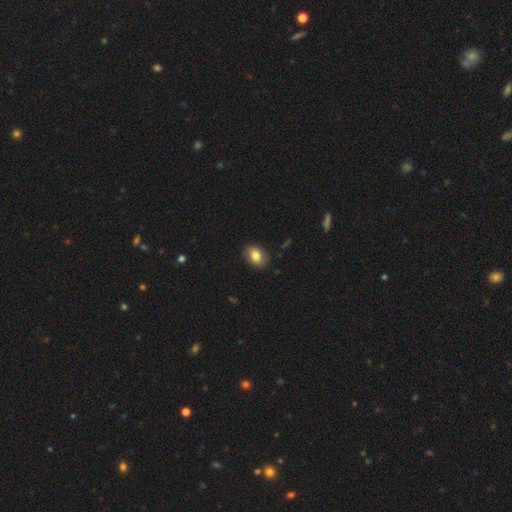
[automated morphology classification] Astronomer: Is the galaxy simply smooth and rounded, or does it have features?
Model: smooth — 81%.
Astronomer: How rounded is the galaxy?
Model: in between — 75%.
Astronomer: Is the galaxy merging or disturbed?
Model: none — 87%.